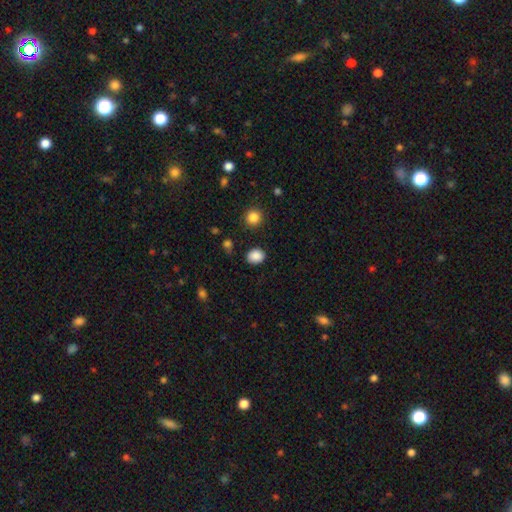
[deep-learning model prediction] smooth-or-featured: smooth: 87% | star or artifact: 9% | featured or disk: 4%
  how-rounded: in between: 50% | round: 49% | cigar-shaped: 1%
  merging: none: 85% | minor disturbance: 10% | major disturbance: 3% | merger: 2%